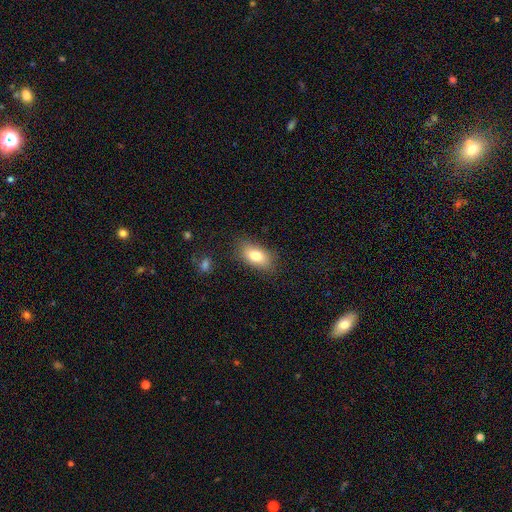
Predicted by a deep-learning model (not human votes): Smooth or featured? smooth (79%)
How rounded? in between (88%)
Merging? none (82%)